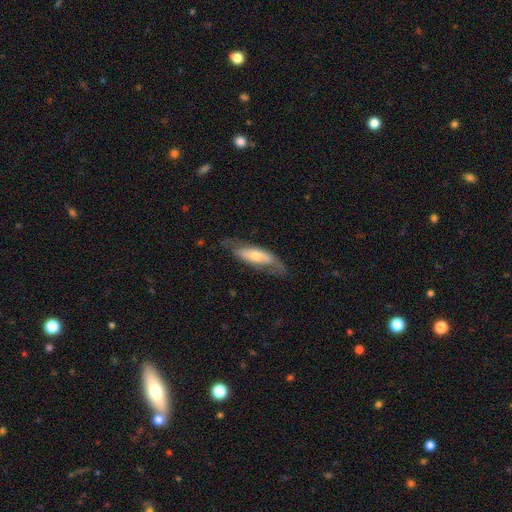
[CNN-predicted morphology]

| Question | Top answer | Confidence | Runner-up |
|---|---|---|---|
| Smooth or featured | featured or disk | 54% | smooth (39%) |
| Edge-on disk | no | 67% | yes (33%) |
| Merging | none | 62% | minor disturbance (23%) |